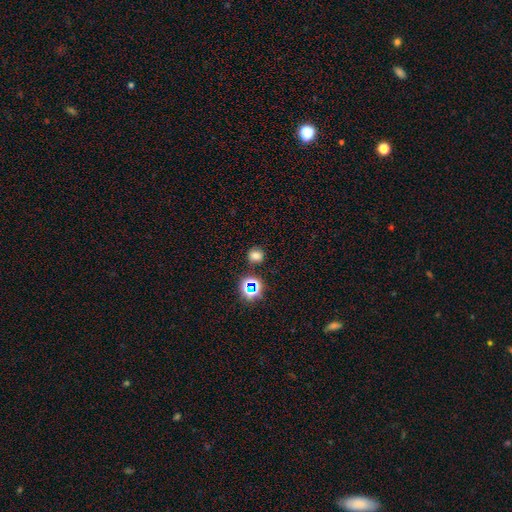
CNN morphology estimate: Smooth or featured: smooth — 68% (star or artifact — 24%)
How rounded: round — 74% (in between — 25%)
Merging: none — 83% (minor disturbance — 10%)